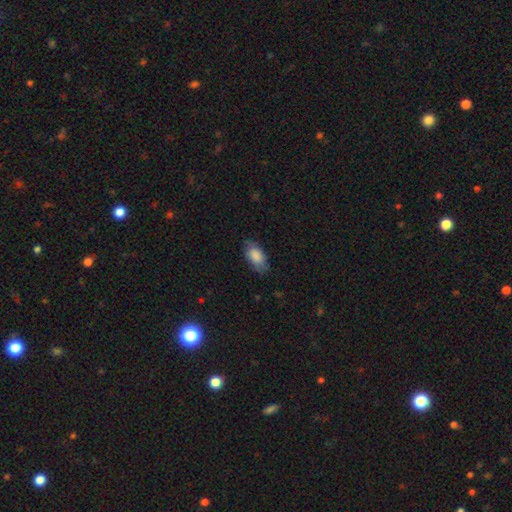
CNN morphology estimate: The model was most divided on "merging": none: 74%, minor disturbance: 20%, major disturbance: 4%, merger: 1%. More confident: how rounded — in between (93%); smooth or featured — smooth (83%).